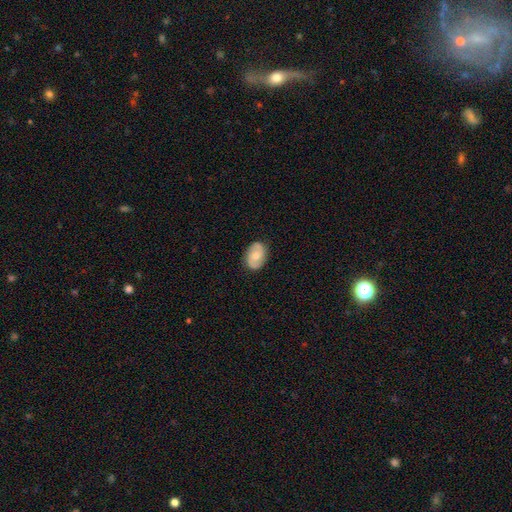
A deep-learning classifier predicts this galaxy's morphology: This appears to be a featured or disk galaxy (55%) with no bar (68%), spiral arms (80%) and a moderate central bulge (69%). Merging: none (85%).